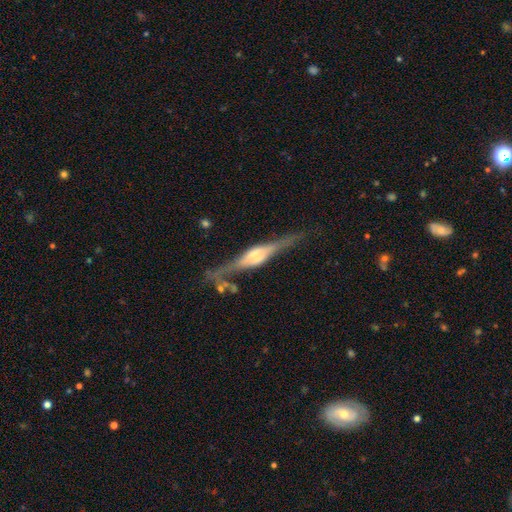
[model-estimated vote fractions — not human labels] featured or disk 82%, smooth 13%, star or artifact 5%. Down the decision tree: edge-on disk — yes (95%); edge-on bulge — rounded (75%); merging — none (75%).